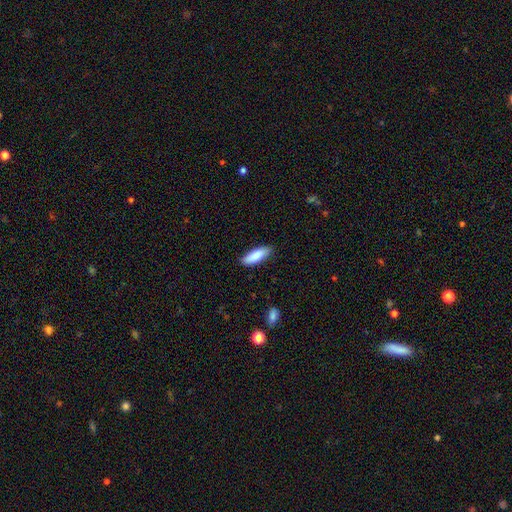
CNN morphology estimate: smooth_or_featured: smooth (p=0.86) [alt: featured or disk p=0.08]
how_rounded: in between (p=0.60) [alt: cigar-shaped p=0.38]
merging: none (p=0.87) [alt: minor disturbance p=0.10]